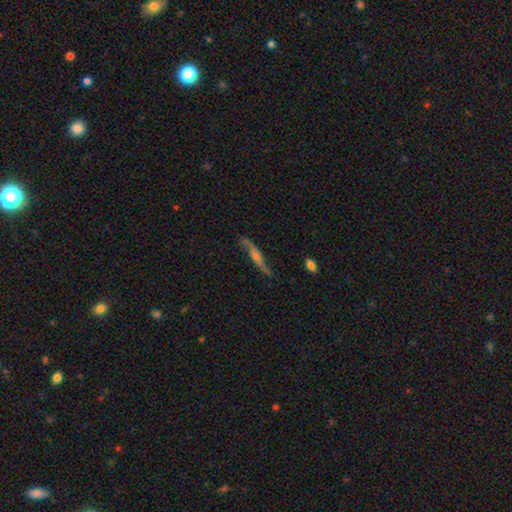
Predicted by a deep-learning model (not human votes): Smooth or featured?
  - featured or disk: 73% *
  - smooth: 18%
  - star or artifact: 8%
Edge-on disk?
  - yes: 58% *
  - no: 42%
Merging?
  - none: 69% *
  - minor disturbance: 20%
  - major disturbance: 8%
  - merger: 3%